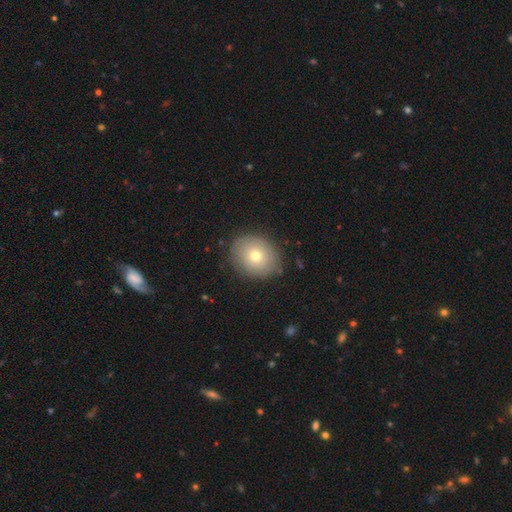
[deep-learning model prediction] smooth_or_featured: smooth (p=0.70) [alt: featured or disk p=0.21]
how_rounded: round (p=0.63) [alt: in between p=0.36]
merging: none (p=0.84) [alt: minor disturbance p=0.11]